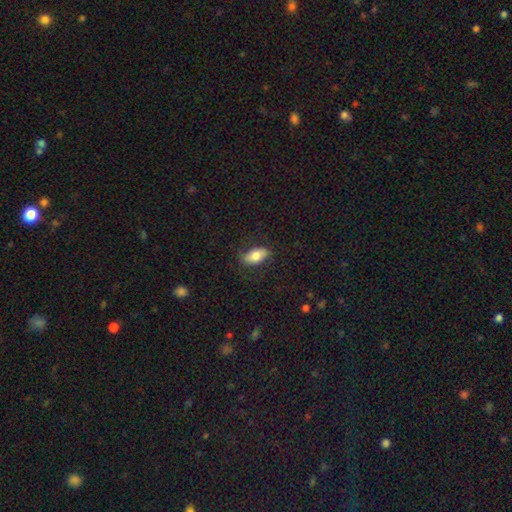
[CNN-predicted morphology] smooth-or-featured: smooth: 75% | featured or disk: 18% | star or artifact: 7%
  how-rounded: in between: 89% | cigar-shaped: 7% | round: 4%
  merging: none: 80% | minor disturbance: 14% | major disturbance: 5% | merger: 1%